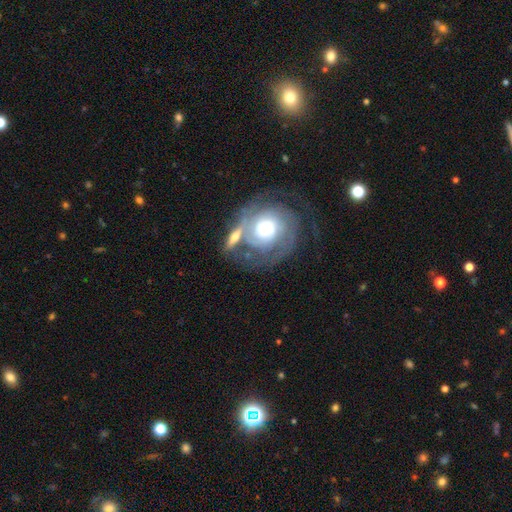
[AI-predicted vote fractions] The model was most divided on "bulge size": moderate: 42%, large: 39%, small: 11%, dominant: 5%, none: 3%. More confident: edge-on disk — no (97%); spiral arms — yes (89%); smooth or featured — featured or disk (79%); bar — no (78%); spiral winding — tight (67%); merging — none (58%); spiral arm count — 2 (50%).